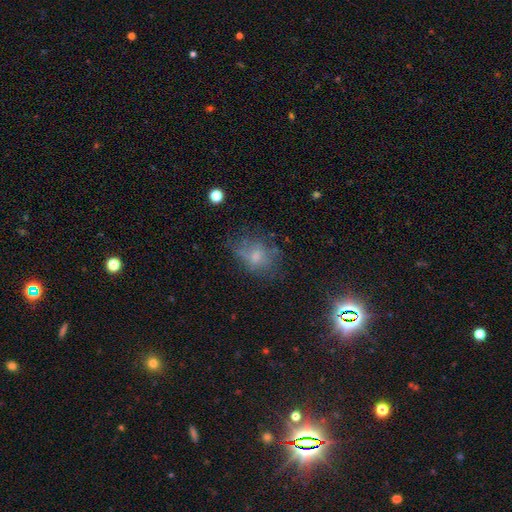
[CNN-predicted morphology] smooth_or_featured: smooth (p=0.55) [alt: featured or disk p=0.28]
how_rounded: in between (p=0.58) [alt: round p=0.40]
merging: none (p=0.50) [alt: minor disturbance p=0.26]